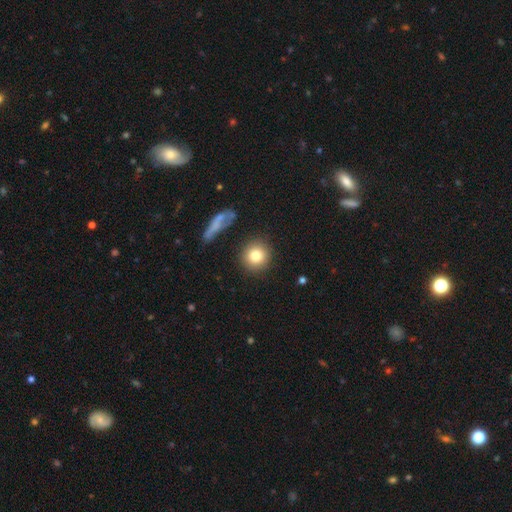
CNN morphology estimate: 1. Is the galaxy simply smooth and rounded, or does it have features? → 81% smooth, 9% featured or disk, 9% star or artifact.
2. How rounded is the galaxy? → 91% round, 7% in between, 1% cigar-shaped.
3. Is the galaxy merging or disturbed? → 86% none, 8% minor disturbance, 3% merger, 3% major disturbance.